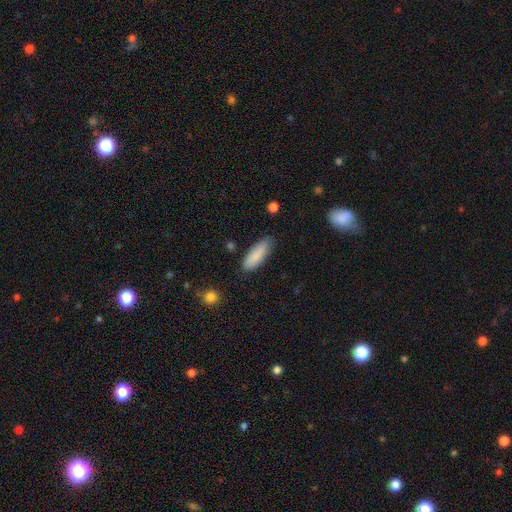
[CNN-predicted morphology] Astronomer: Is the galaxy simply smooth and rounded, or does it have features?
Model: smooth — 86%.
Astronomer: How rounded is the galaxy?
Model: in between — 58% (runner-up: cigar-shaped, 40%).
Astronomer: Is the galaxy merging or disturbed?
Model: none — 79%.